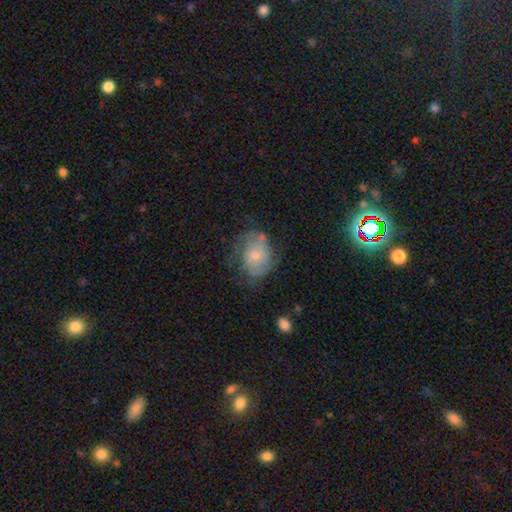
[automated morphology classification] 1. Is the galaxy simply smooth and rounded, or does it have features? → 54% featured or disk, 39% smooth, 8% star or artifact.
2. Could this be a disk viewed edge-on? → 97% no, 3% yes.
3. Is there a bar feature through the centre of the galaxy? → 78% no, 19% weak, 3% strong.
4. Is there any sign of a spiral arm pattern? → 74% yes, 26% no.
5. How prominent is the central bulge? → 62% small, 31% moderate, 3% none, 3% large, 1% dominant.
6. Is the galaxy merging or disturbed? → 50% none, 28% minor disturbance, 19% major disturbance, 3% merger.